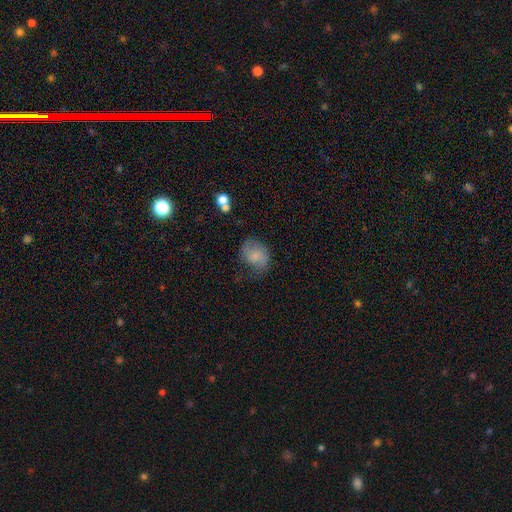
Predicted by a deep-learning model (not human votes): A smooth galaxy with no disk features (56%) that is in between round and cigar-shaped (52%). Merging: none (51%).